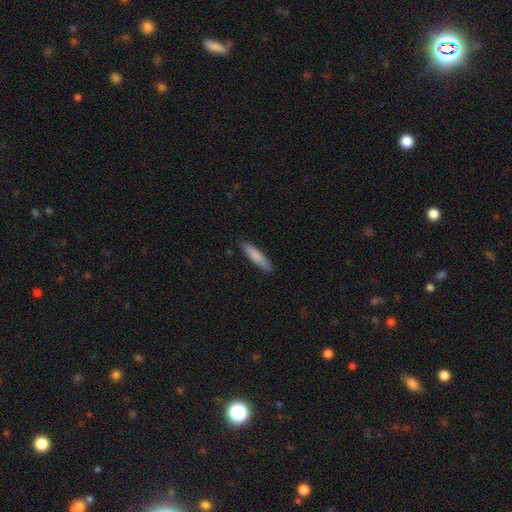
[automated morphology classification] smooth_or_featured: smooth (p=0.81) [alt: featured or disk p=0.14]
how_rounded: cigar-shaped (p=0.80) [alt: in between p=0.19]
merging: none (p=0.87) [alt: minor disturbance p=0.10]